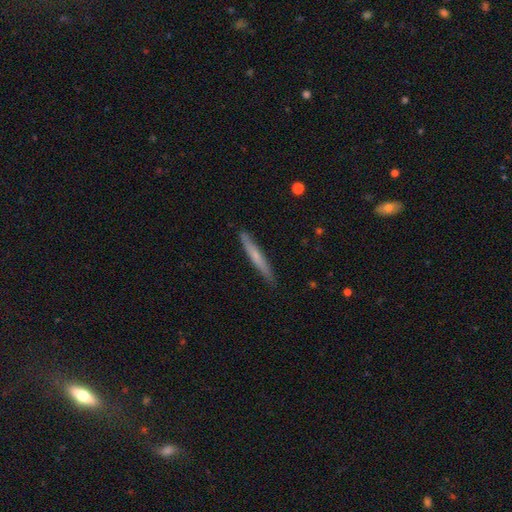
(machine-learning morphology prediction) This appears to be a smooth galaxy with no disk features (55%) that is cigar-shaped (96%). Merging: none (88%).